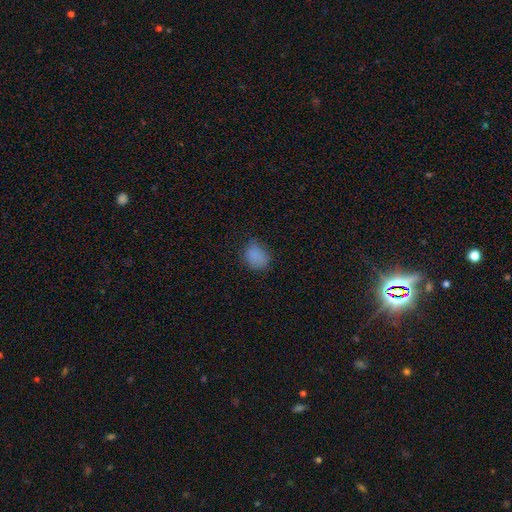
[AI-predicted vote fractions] Smooth or featured? Predicted: smooth (p=0.82). How rounded? Predicted: in between (p=0.49, tied with round). Merging? Predicted: none (p=0.68).